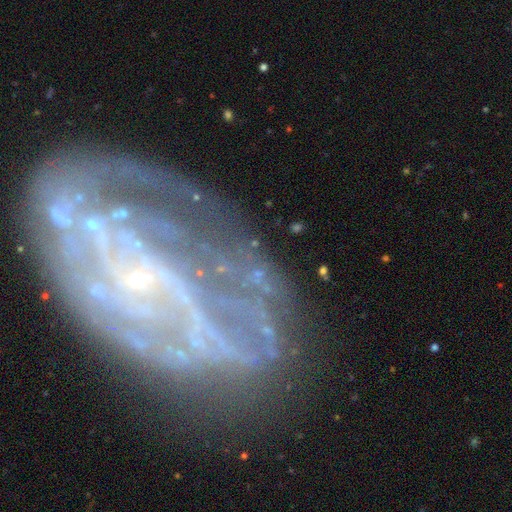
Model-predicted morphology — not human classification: smooth_or_featured: featured or disk (p=0.85) [alt: star or artifact p=0.08]
disk_edge_on: no (p=0.97) [alt: yes p=0.03]
bar: no (p=0.58) [alt: weak p=0.29]
has_spiral_arms: yes (p=0.90) [alt: no p=0.10]
spiral_winding: tight (p=0.44) [alt: medium p=0.40]
spiral_arm_count: 2 (p=0.34) [alt: can't tell p=0.26]
bulge_size: small (p=0.80) [alt: none p=0.11]
merging: none (p=0.57) [alt: minor disturbance p=0.21]